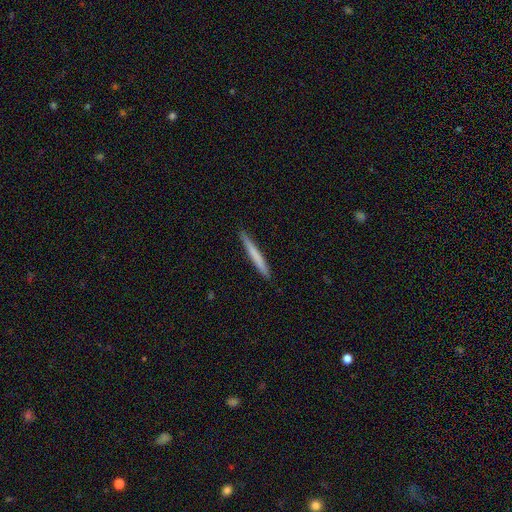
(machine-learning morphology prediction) smooth-or-featured: smooth: 68% | featured or disk: 26% | star or artifact: 5%
  how-rounded: cigar-shaped: 97% | in between: 2% | round: 1%
  merging: none: 91% | minor disturbance: 7% | major disturbance: 1% | merger: 1%